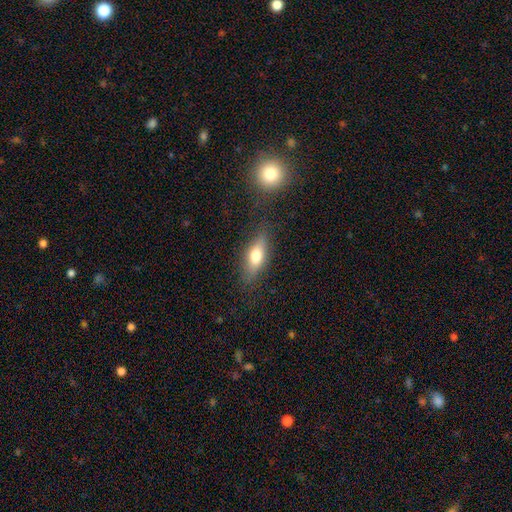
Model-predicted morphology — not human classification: Overall: smooth (66%; featured or disk 26%). How rounded: in between (67%; cigar-shaped 29%). Merging: none (78%).